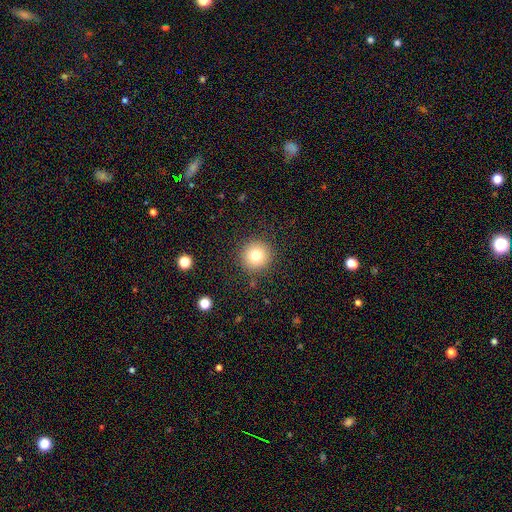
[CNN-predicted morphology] A smooth galaxy with no disk features (79%) that is round (95%).

Vote fractions:
- Smooth or featured? smooth: 79% / star or artifact: 12% / featured or disk: 10%
- How rounded? round: 95% / in between: 4% / cigar-shaped: 1%
- Merging? none: 89% / minor disturbance: 7% / major disturbance: 3% / merger: 1%